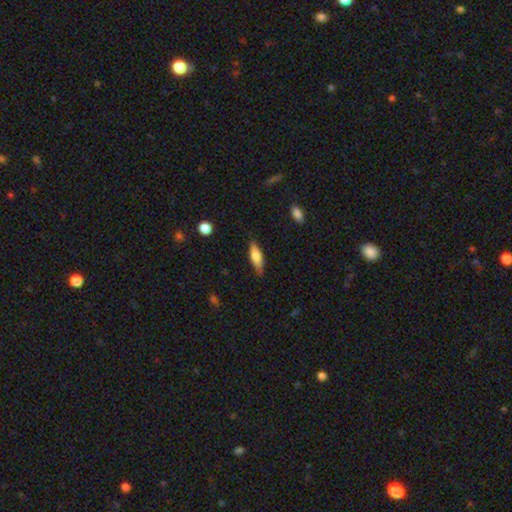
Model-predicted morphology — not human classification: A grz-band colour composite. It shows a smooth galaxy with no disk features (65%) that is in between round and cigar-shaped (51%). Merging: none (78%).